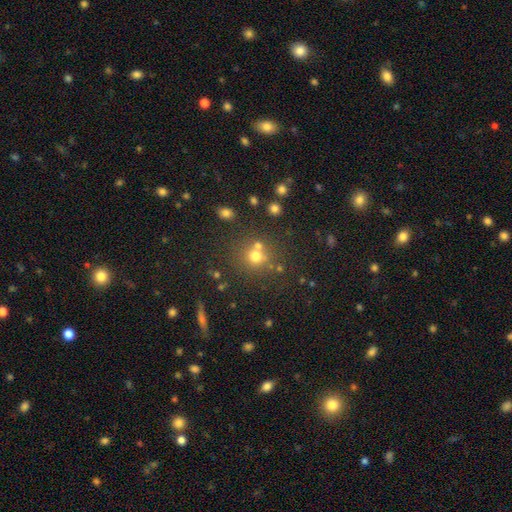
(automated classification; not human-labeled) Smooth or featured? Predicted: smooth (p=0.68). How rounded? Predicted: round (p=0.88). Merging? Predicted: none (p=0.65).